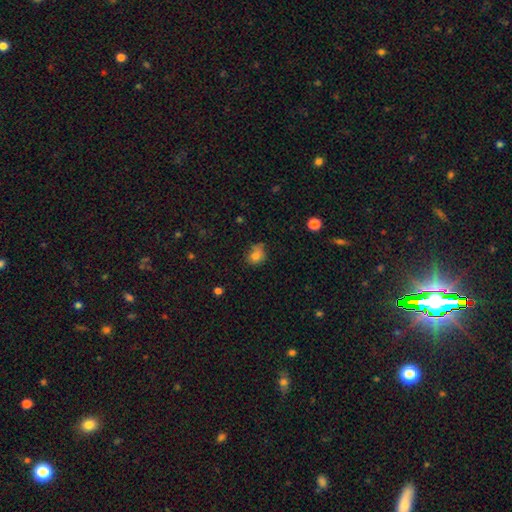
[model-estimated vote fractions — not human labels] smooth_or_featured: smooth (p=0.78) [alt: star or artifact p=0.13]
how_rounded: round (p=0.62) [alt: in between p=0.37]
merging: none (p=0.54) [alt: minor disturbance p=0.31]